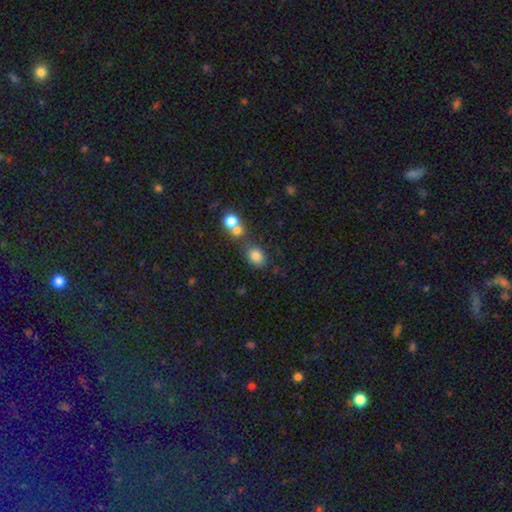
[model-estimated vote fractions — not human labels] Smooth or featured? smooth (81%)
How rounded? in between (67%)
Merging? none (57%)